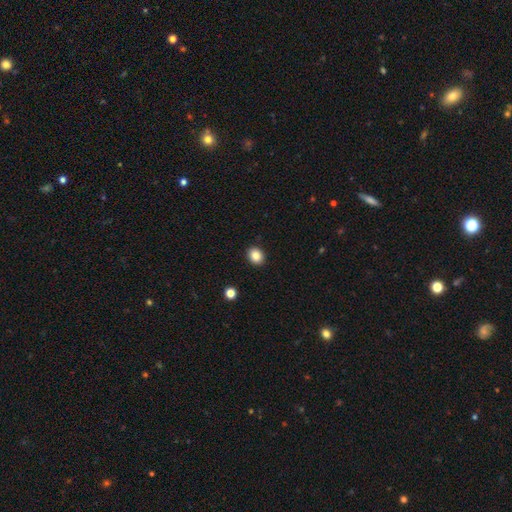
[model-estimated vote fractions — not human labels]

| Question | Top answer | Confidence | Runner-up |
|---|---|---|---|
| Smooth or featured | smooth | 86% | star or artifact (10%) |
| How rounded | round | 62% | in between (37%) |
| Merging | none | 91% | minor disturbance (6%) |